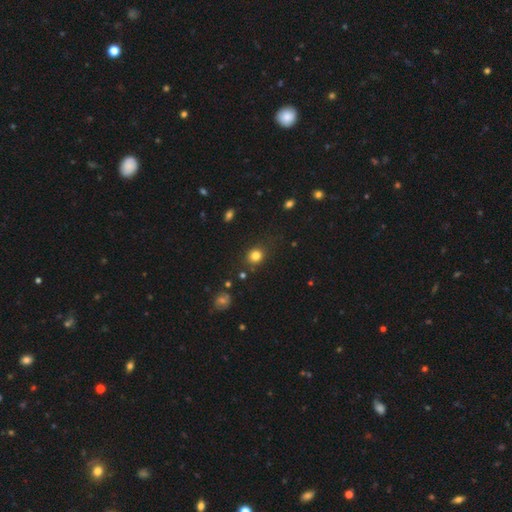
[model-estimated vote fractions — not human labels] A smooth galaxy with no disk features (81%) that is round (77%). Merging: none (81%).